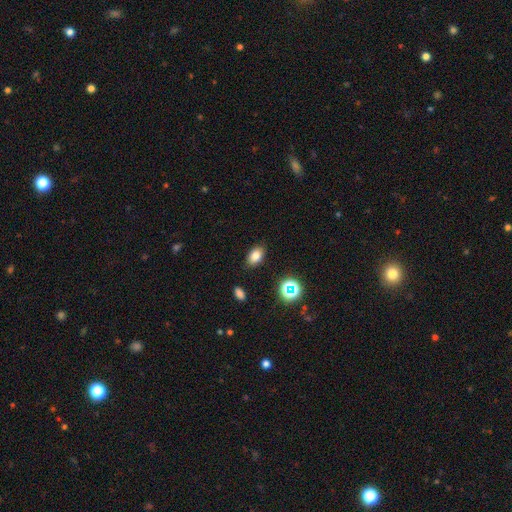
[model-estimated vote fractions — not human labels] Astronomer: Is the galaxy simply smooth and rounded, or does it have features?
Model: smooth — 78%.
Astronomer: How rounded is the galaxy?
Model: in between — 87%.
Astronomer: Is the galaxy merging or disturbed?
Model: none — 86%.